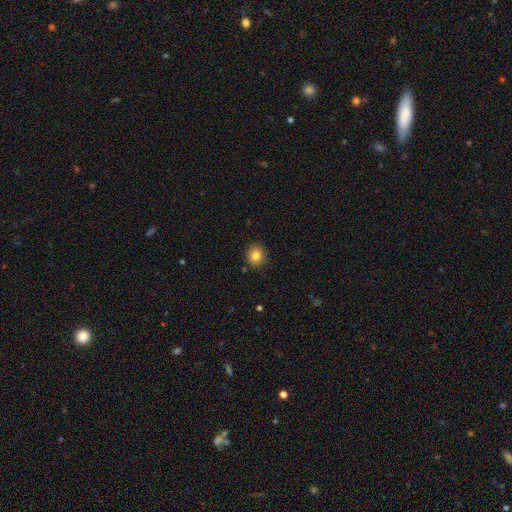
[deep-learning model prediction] smooth_or_featured: smooth (p=0.82) [alt: star or artifact p=0.11]
how_rounded: round (p=0.81) [alt: in between p=0.18]
merging: none (p=0.88) [alt: minor disturbance p=0.09]